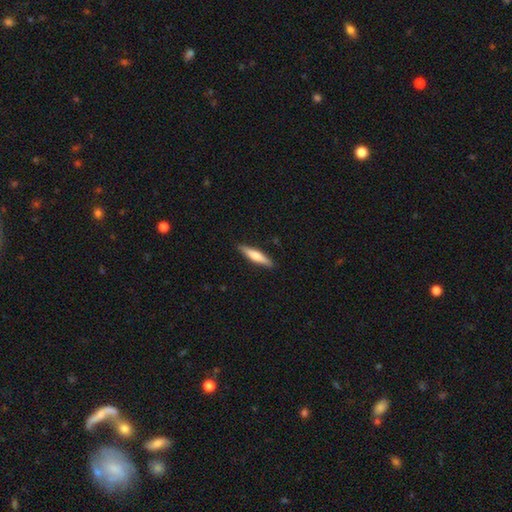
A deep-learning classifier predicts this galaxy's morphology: Q: Smooth or featured?
A: smooth (63%); runner-up: featured or disk (32%)
Q: How rounded?
A: cigar-shaped (85%); runner-up: in between (14%)
Q: Merging?
A: none (89%); runner-up: minor disturbance (8%)